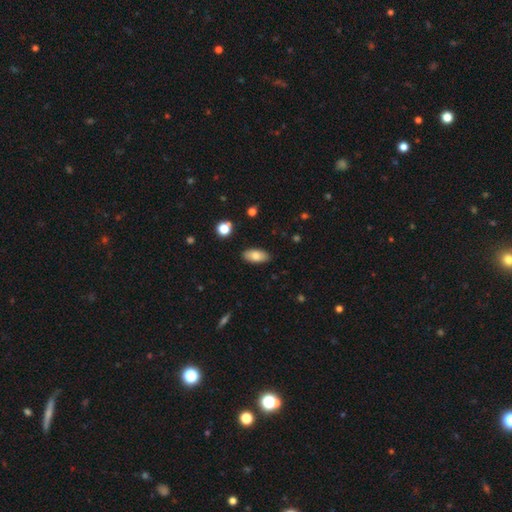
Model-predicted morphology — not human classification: This appears to be a smooth galaxy with no disk features (81%) that is in between round and cigar-shaped (90%). Merging: none (88%).